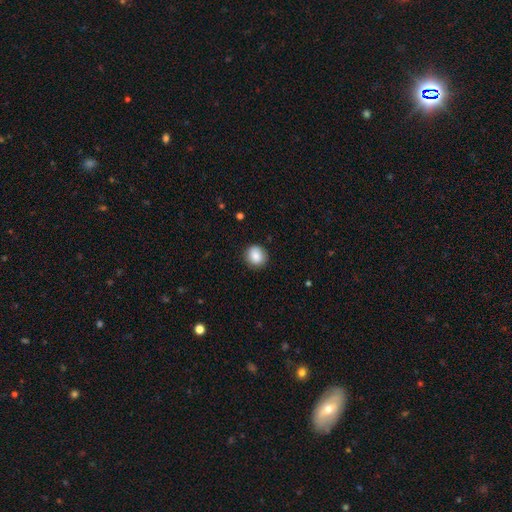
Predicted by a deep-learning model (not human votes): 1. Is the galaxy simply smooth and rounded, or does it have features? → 87% smooth, 8% star or artifact, 5% featured or disk.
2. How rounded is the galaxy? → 87% round, 12% in between, 1% cigar-shaped.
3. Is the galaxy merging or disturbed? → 87% none, 9% minor disturbance, 2% major disturbance, 1% merger.